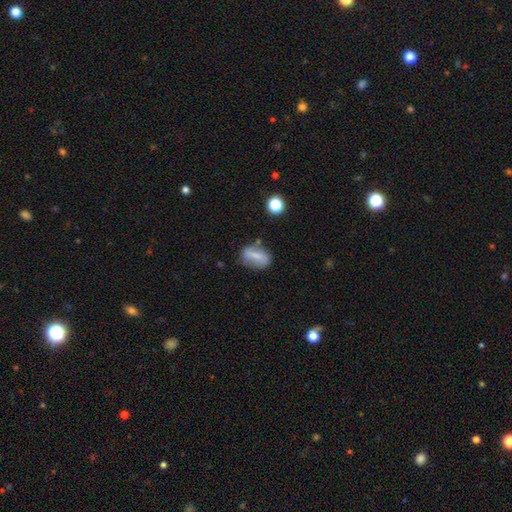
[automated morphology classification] Smooth or featured? Predicted: smooth (p=0.62). How rounded? Predicted: in between (p=0.79). Merging? Predicted: none (p=0.62).